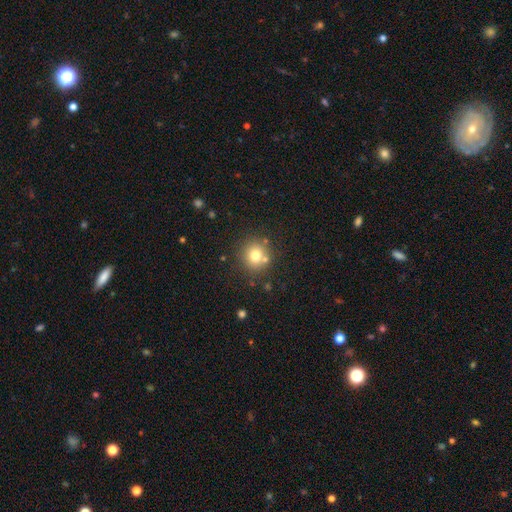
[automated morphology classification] This is likely a smooth galaxy (74%). How rounded: clearly round (90%). Merging: likely none (76%).